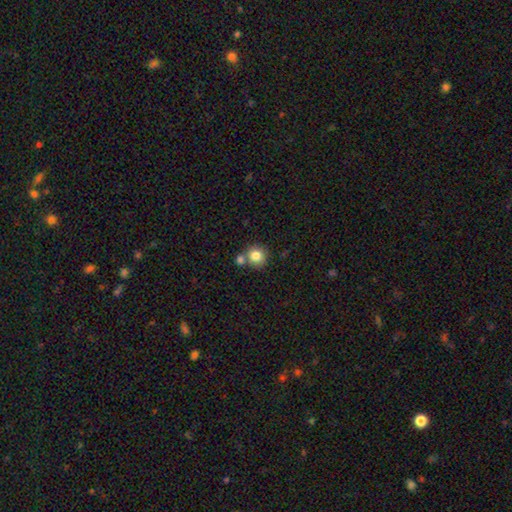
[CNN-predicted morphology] The model was most divided on "merging": none: 63%, merger: 25%, minor disturbance: 8%, major disturbance: 3%. More confident: how rounded — round (91%); smooth or featured — smooth (82%).